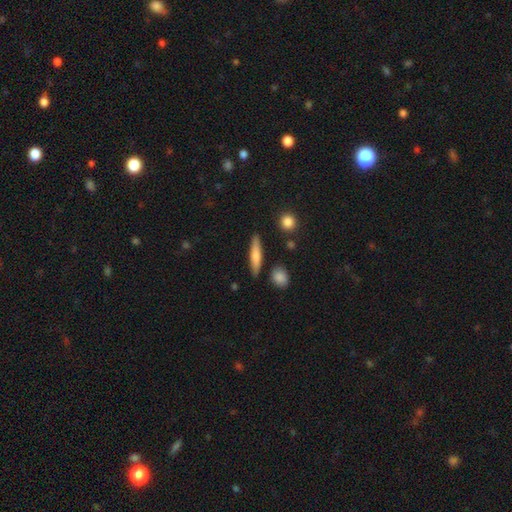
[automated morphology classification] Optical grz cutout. It shows a smooth galaxy with no disk features (67%) that is cigar-shaped (83%). Merging: none (86%).